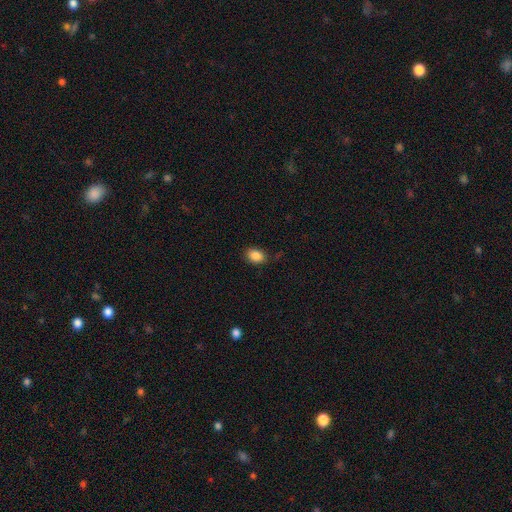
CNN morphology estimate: The model was most divided on "how rounded": in between: 73%, round: 26%, cigar-shaped: 1%. More confident: smooth or featured — smooth (87%); merging — none (79%).